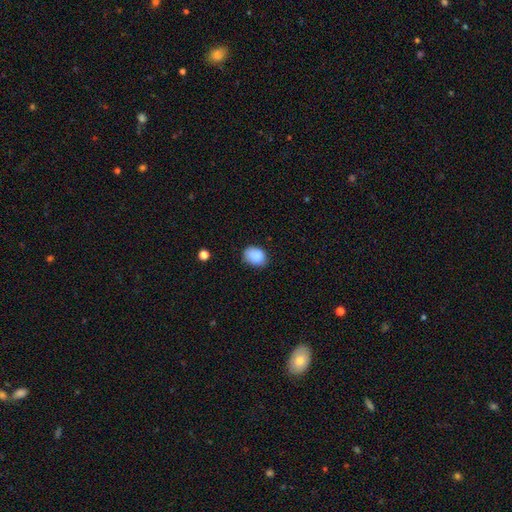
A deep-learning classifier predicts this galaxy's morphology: smooth 88%, star or artifact 8%, featured or disk 4%. Down the decision tree: how rounded — in between (65%); merging — none (75%).